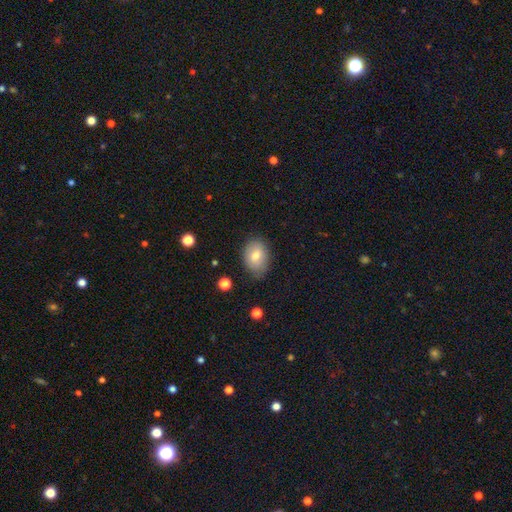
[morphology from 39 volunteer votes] Smooth or featured?
  - smooth: 82% *
  - featured or disk: 10%
  - star or artifact: 8%
How rounded?
  - in between: 78% *
  - round: 22%
  - cigar-shaped: 0%
Merging?
  - none: 50% *
  - minor disturbance: 47%
  - major disturbance: 3%
  - merger: 0%